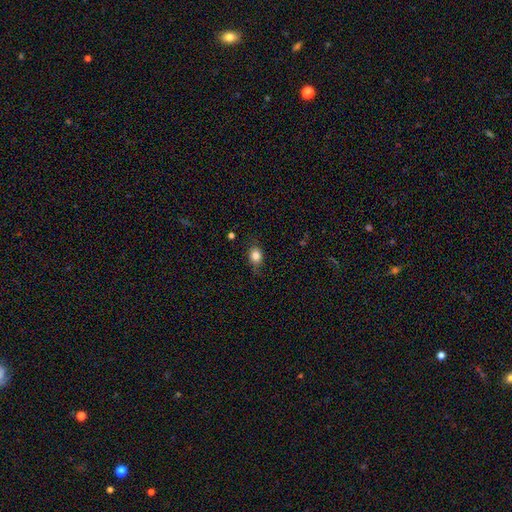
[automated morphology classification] type=smooth (82%); roundness=in between (54%); merging=none (73%).